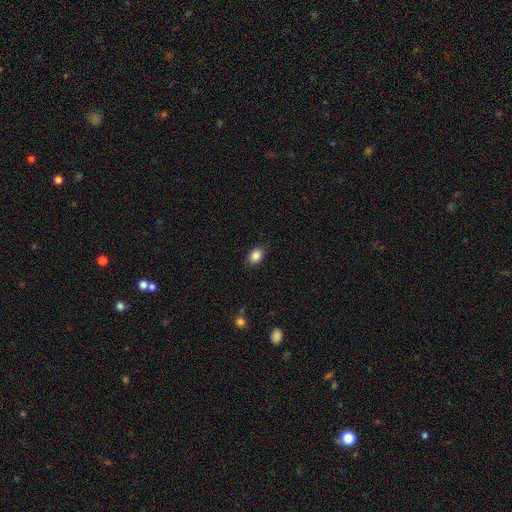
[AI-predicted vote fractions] smooth-or-featured: smooth: 87% | star or artifact: 9% | featured or disk: 4%
  how-rounded: in between: 73% | round: 26% | cigar-shaped: 1%
  merging: none: 88% | minor disturbance: 9% | major disturbance: 2% | merger: 1%